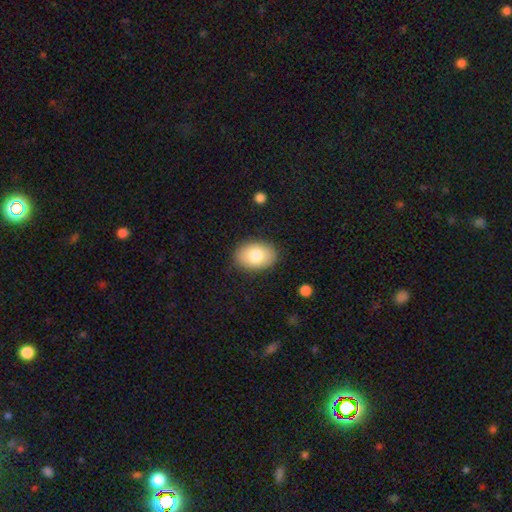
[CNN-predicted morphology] smooth-or-featured: smooth: 79% | featured or disk: 15% | star or artifact: 7%
  how-rounded: in between: 85% | round: 14% | cigar-shaped: 1%
  merging: none: 87% | minor disturbance: 10% | major disturbance: 3% | merger: 1%